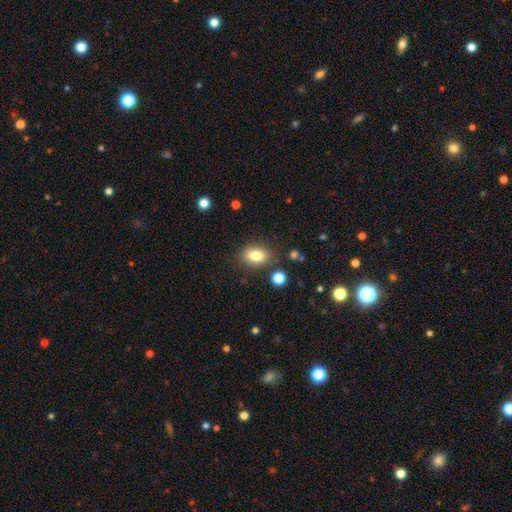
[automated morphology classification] This is clearly a smooth galaxy (82%). How rounded: clearly in between (81%). Merging: clearly none (81%).